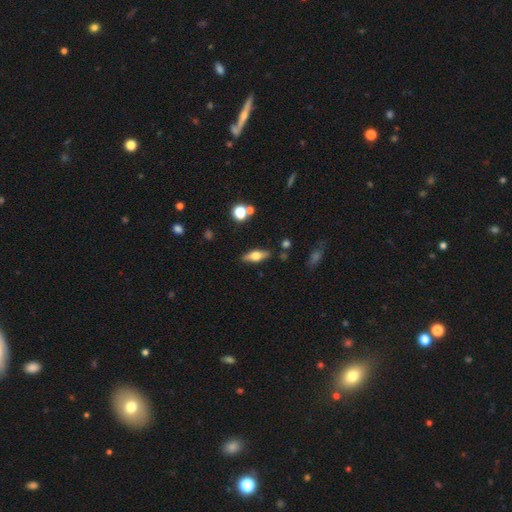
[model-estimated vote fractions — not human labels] A featured or disk galaxy (48%).

Vote fractions:
- Smooth or featured? featured or disk: 48% / smooth: 44% / star or artifact: 8%
- Merging? none: 85% / minor disturbance: 10% / merger: 3% / major disturbance: 2%